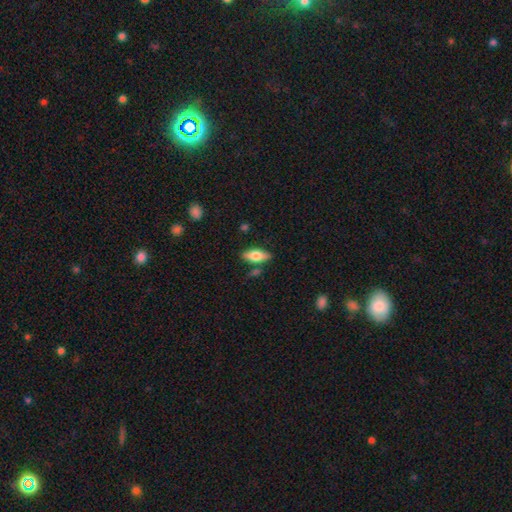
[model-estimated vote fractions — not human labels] Smooth or featured? smooth (73%)
How rounded? in between (79%)
Merging? none (79%)